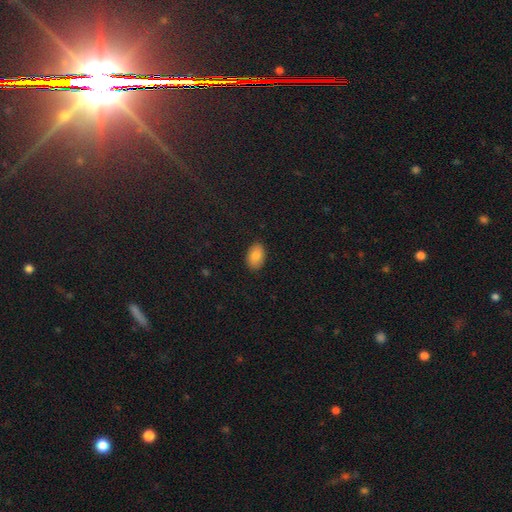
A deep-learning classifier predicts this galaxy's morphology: Smooth or featured: smooth — 85% (star or artifact — 8%)
How rounded: in between — 89% (round — 10%)
Merging: none — 88% (minor disturbance — 9%)